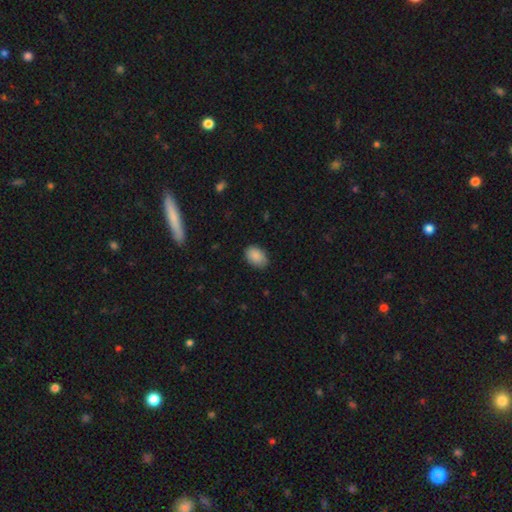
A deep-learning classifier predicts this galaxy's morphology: The model was most divided on "how rounded": in between: 84%, round: 15%, cigar-shaped: 1%. More confident: smooth or featured — smooth (89%); merging — none (84%).